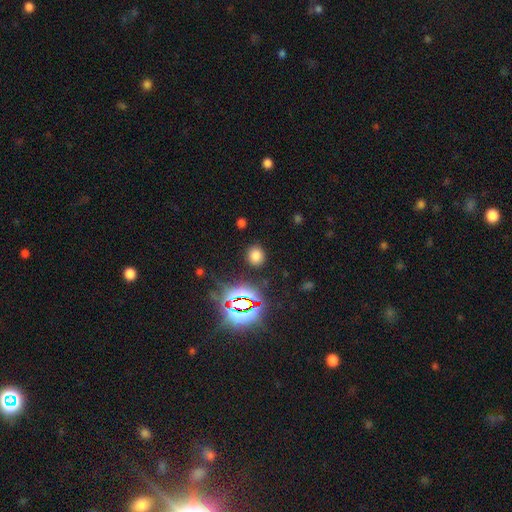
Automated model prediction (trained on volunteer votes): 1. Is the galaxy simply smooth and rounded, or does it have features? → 69% smooth, 24% star or artifact, 6% featured or disk.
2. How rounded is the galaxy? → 71% round, 28% in between, 1% cigar-shaped.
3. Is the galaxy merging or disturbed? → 87% none, 8% minor disturbance, 3% major disturbance, 2% merger.